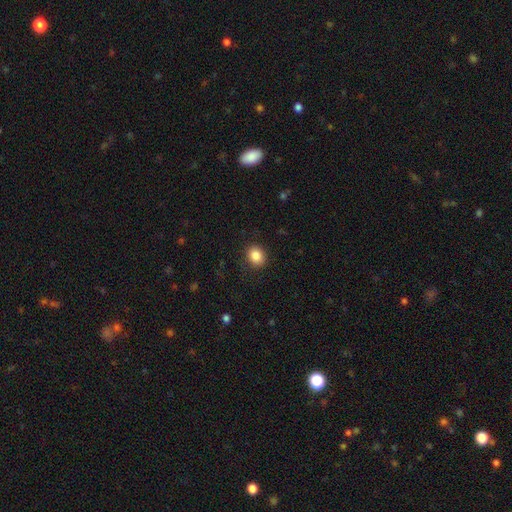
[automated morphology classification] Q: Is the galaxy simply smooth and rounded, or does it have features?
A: smooth — 86%.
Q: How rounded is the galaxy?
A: round — 61%.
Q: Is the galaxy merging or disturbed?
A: none — 88%.